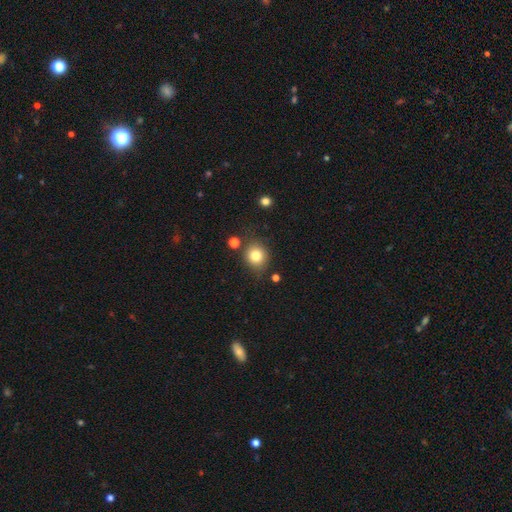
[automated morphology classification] smooth 80%, star or artifact 12%, featured or disk 8%. Down the decision tree: how rounded — round (79%); merging — none (78%).